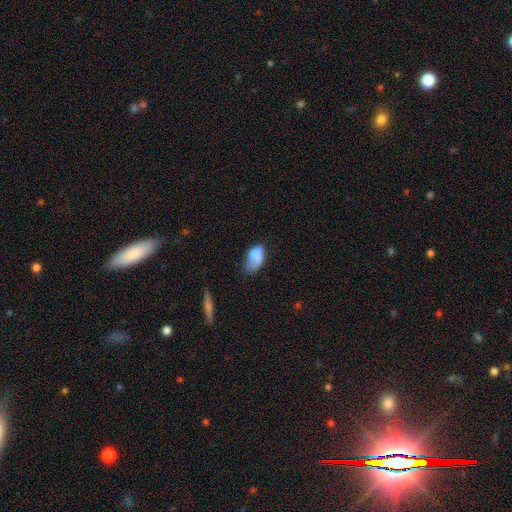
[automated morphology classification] A smooth galaxy with no disk features (75%) that is in between round and cigar-shaped (92%). Merging: none (39%).